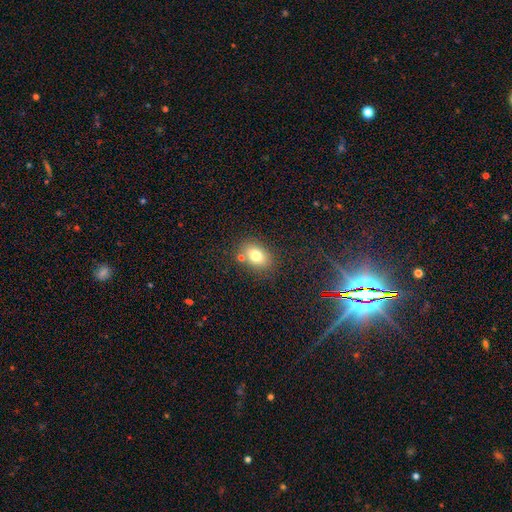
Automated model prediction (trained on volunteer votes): A smooth galaxy with no disk features (77%) that is in between round and cigar-shaped (74%).

Vote fractions:
- Smooth or featured? smooth: 77% / featured or disk: 12% / star or artifact: 11%
- How rounded? in between: 74% / round: 25% / cigar-shaped: 1%
- Merging? none: 74% / minor disturbance: 13% / merger: 10% / major disturbance: 4%